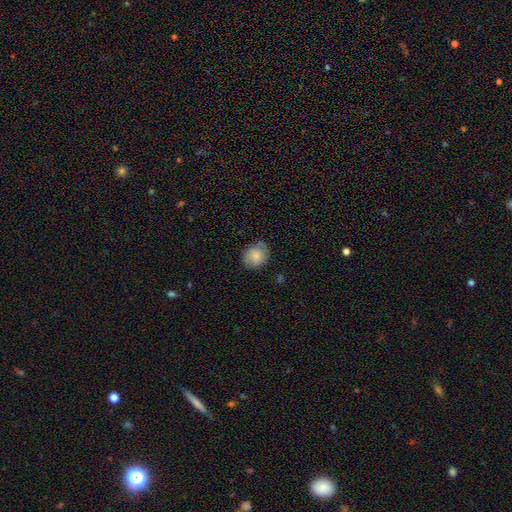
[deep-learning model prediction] Overall: smooth (76%). How rounded: round (73%). Merging: none (69%).